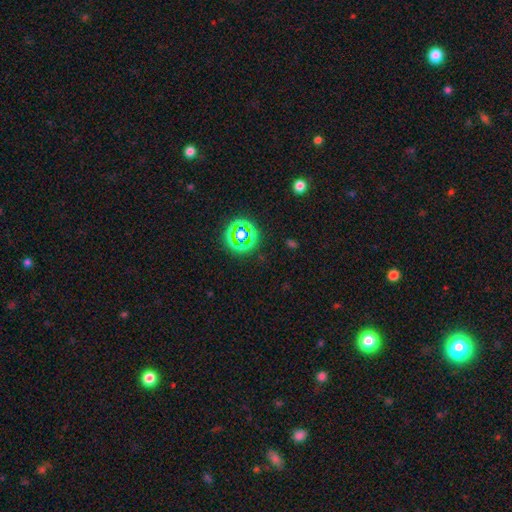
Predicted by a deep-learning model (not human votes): A star or artifact, not a galaxy (49%).